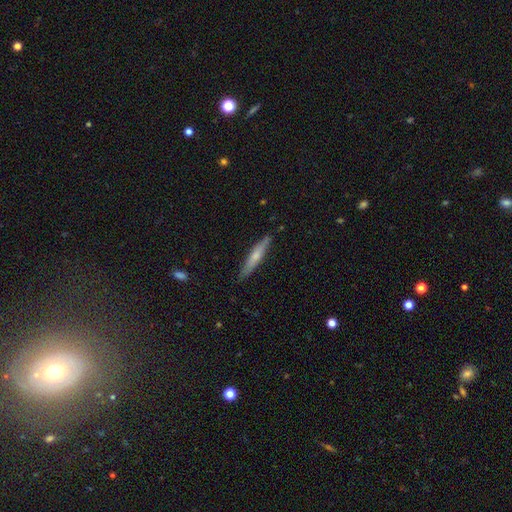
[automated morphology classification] smooth_or_featured: smooth (p=0.55) [alt: featured or disk p=0.39]
how_rounded: cigar-shaped (p=0.93) [alt: in between p=0.06]
merging: none (p=0.86) [alt: minor disturbance p=0.11]